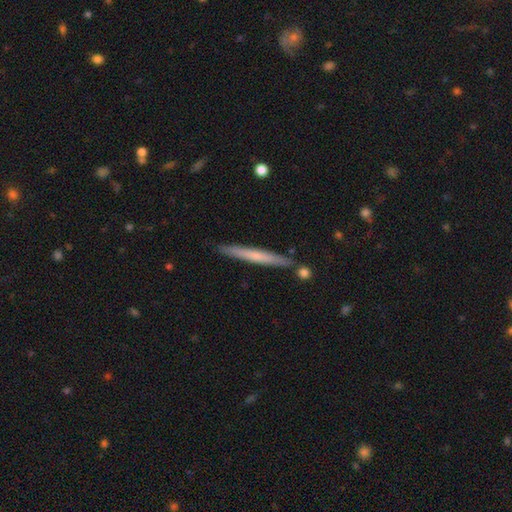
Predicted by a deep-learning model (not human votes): smooth 54%, featured or disk 40%, star or artifact 6%. Down the decision tree: how rounded — cigar-shaped (97%); merging — none (87%).